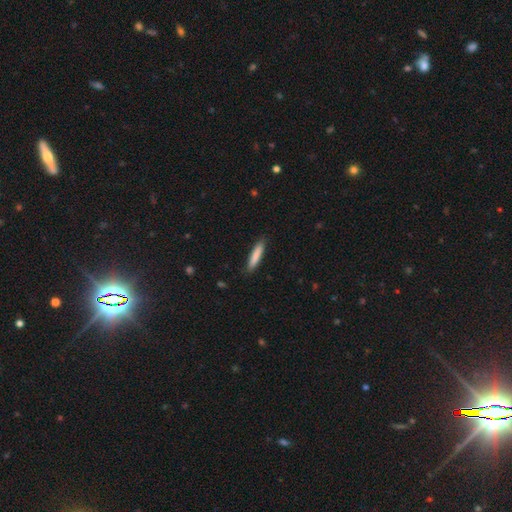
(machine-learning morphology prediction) smooth-or-featured: smooth: 84% | featured or disk: 10% | star or artifact: 6%
  how-rounded: cigar-shaped: 88% | in between: 11% | round: 1%
  merging: none: 88% | minor disturbance: 9% | major disturbance: 2% | merger: 1%